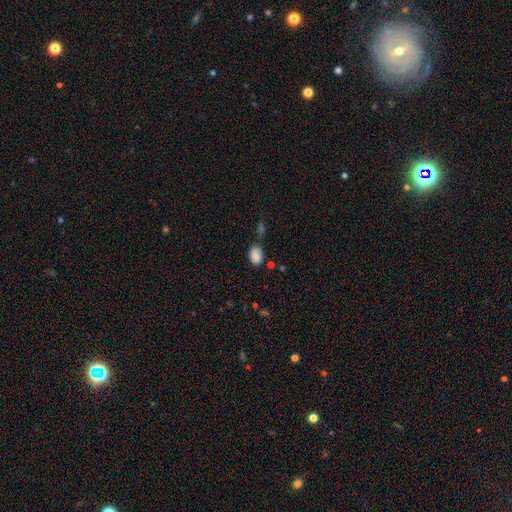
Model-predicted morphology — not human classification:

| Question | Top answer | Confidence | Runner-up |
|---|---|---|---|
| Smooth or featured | smooth | 78% | featured or disk (12%) |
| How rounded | in between | 82% | round (16%) |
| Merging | none | 53% | minor disturbance (26%) |